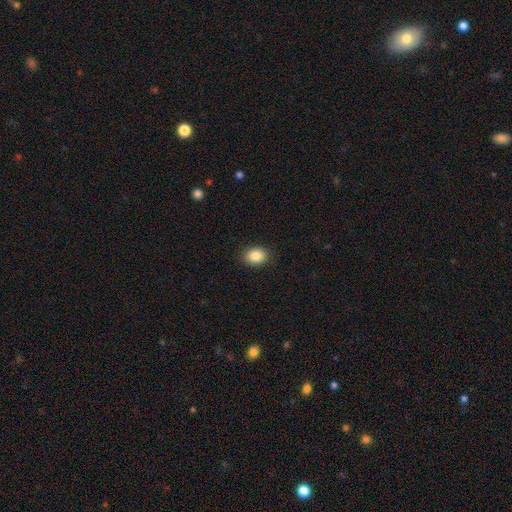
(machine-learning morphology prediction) A smooth galaxy with no disk features (87%) that is in between round and cigar-shaped (59%).

Vote fractions:
- Smooth or featured? smooth: 87% / star or artifact: 9% / featured or disk: 5%
- How rounded? in between: 59% / round: 40% / cigar-shaped: 1%
- Merging? none: 89% / minor disturbance: 8% / major disturbance: 2% / merger: 1%